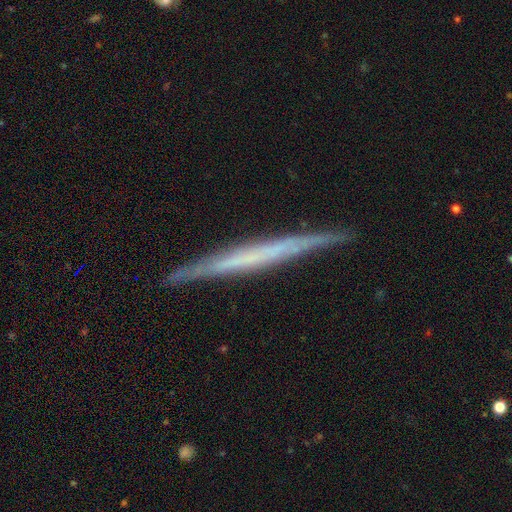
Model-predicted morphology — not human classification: smooth_or_featured: featured or disk (p=0.63) [alt: smooth p=0.31]
disk_edge_on: yes (p=0.97) [alt: no p=0.03]
edge_on_bulge: none (p=0.86) [alt: boxy p=0.07]
merging: none (p=0.88) [alt: minor disturbance p=0.09]